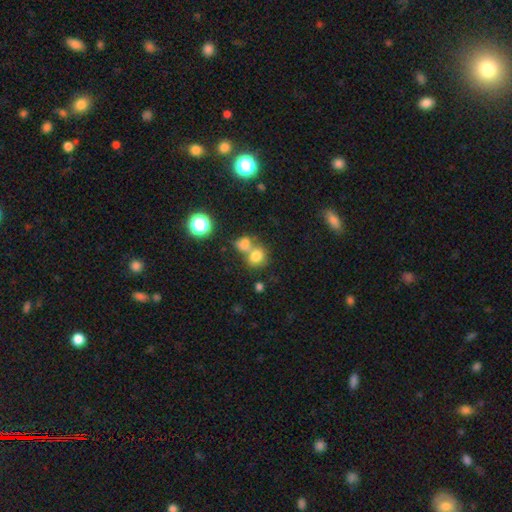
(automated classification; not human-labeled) This is likely a smooth galaxy (76%). How rounded: likely round (65%). Merging: marginally merger (45%).